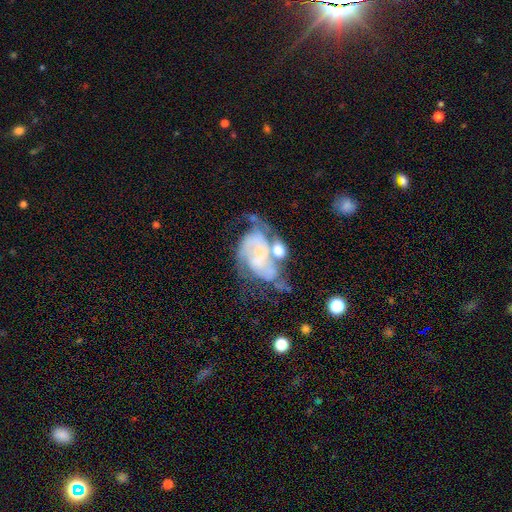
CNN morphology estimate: This appears to be a featured or disk galaxy (73%) with no bar (61%), 2 (46%) tight (45%) spiral arms (84%) and a small central bulge (39%). Merging: none (32%).